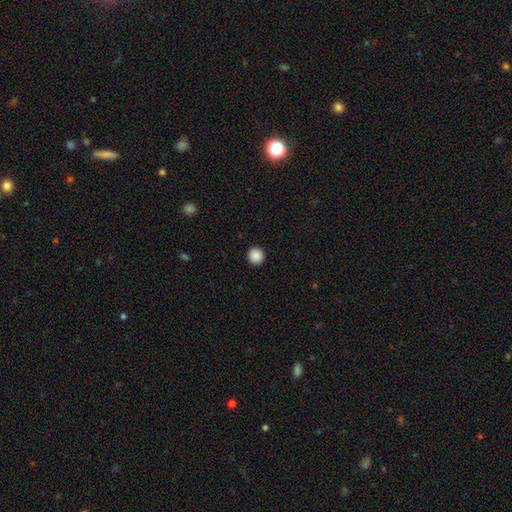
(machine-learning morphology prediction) Smooth or featured? Predicted: smooth (p=0.89). How rounded? Predicted: round (p=0.95). Merging? Predicted: none (p=0.93).